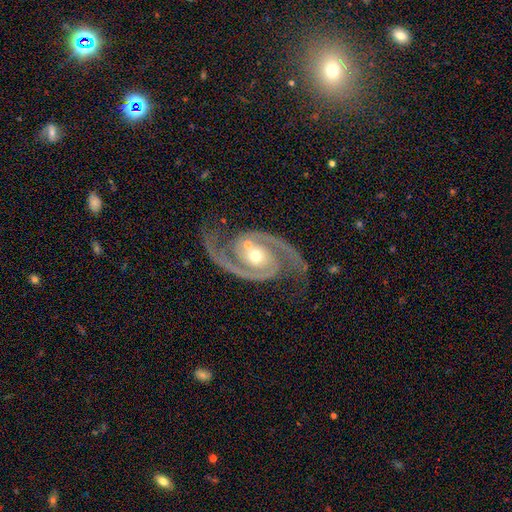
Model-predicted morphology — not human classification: type=featured or disk (94%); edge-on=no (98%); bar=no (65%); spiral arms=yes (99%); winding=medium (57%); arm count=2 (95%); bulge=moderate (65%); merging=none (76%).